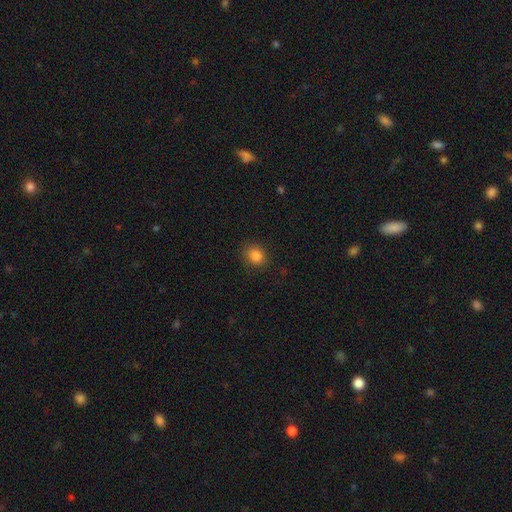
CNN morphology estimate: A smooth galaxy with no disk features (85%) that is round (65%).

Vote fractions:
- Smooth or featured? smooth: 85% / star or artifact: 11% / featured or disk: 4%
- How rounded? round: 65% / in between: 34% / cigar-shaped: 1%
- Merging? none: 84% / minor disturbance: 12% / major disturbance: 3% / merger: 1%